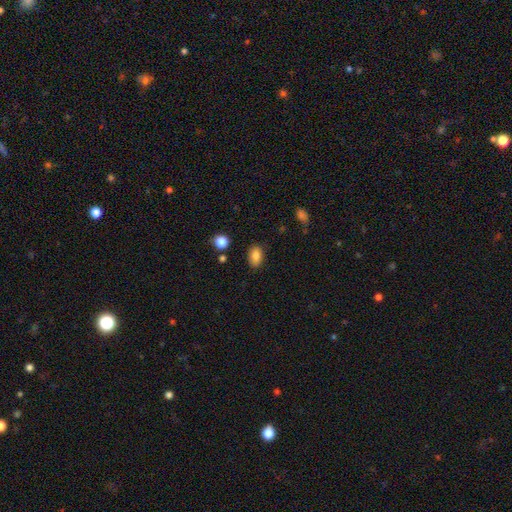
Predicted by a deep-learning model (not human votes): This appears to be a smooth galaxy with no disk features (84%) that is in between round and cigar-shaped (86%). Merging: none (84%).